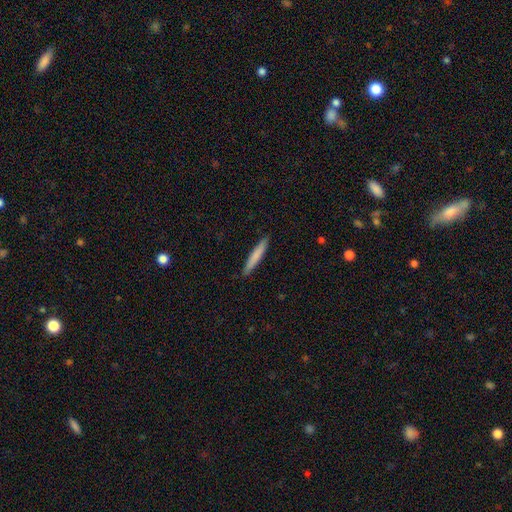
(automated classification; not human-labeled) smooth 76%, featured or disk 18%, star or artifact 5%. Down the decision tree: how rounded — cigar-shaped (95%); merging — none (91%).